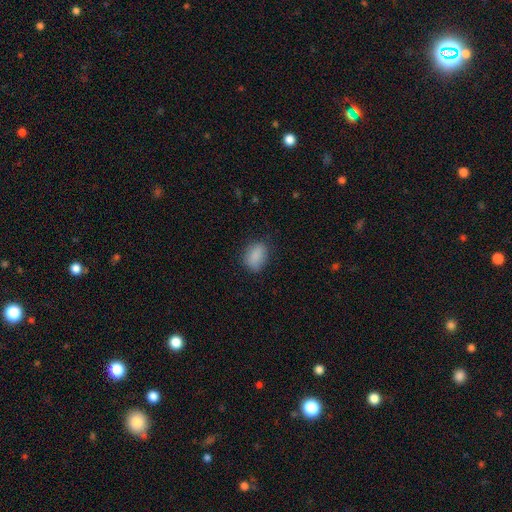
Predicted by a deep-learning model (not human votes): smooth_or_featured: smooth (p=0.87) [alt: star or artifact p=0.08]
how_rounded: in between (p=0.79) [alt: round p=0.19]
merging: none (p=0.77) [alt: minor disturbance p=0.18]